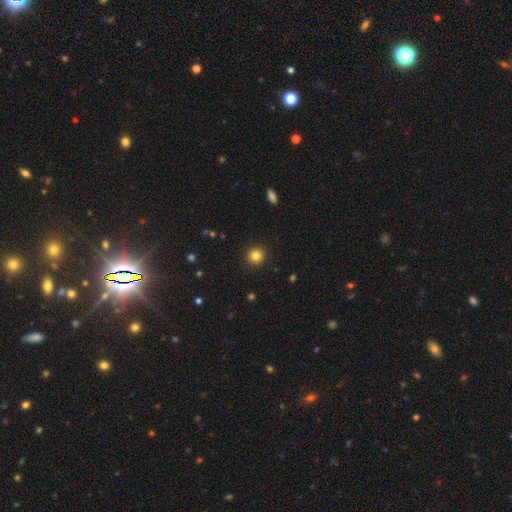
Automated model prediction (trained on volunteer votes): Overall: smooth (83%). How rounded: round (94%). Merging: none (93%).